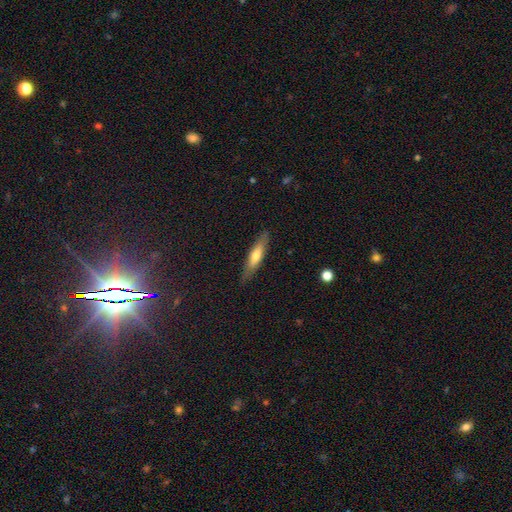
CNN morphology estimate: Smooth or featured: smooth — 55% (featured or disk — 38%)
How rounded: cigar-shaped — 79% (in between — 20%)
Merging: none — 85% (minor disturbance — 12%)